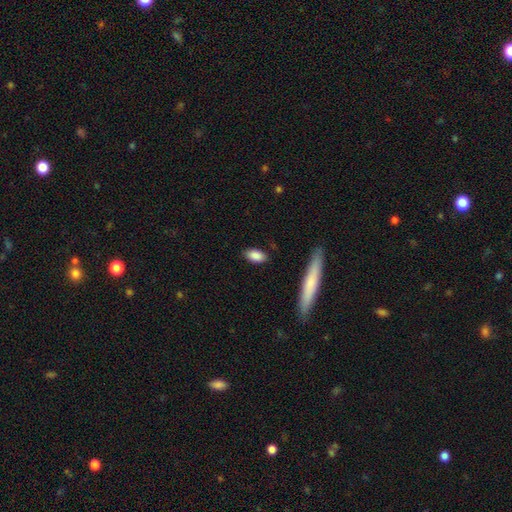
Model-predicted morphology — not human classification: A smooth galaxy with no disk features (86%) that is in between round and cigar-shaped (89%).

Vote fractions:
- Smooth or featured? smooth: 86% / featured or disk: 7% / star or artifact: 7%
- How rounded? in between: 89% / cigar-shaped: 8% / round: 4%
- Merging? none: 85% / minor disturbance: 11% / major disturbance: 3% / merger: 2%